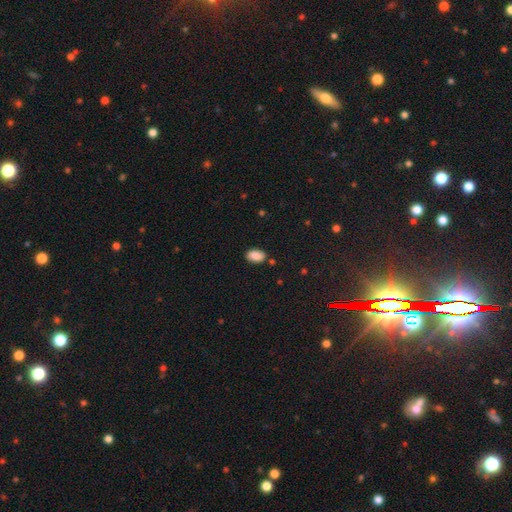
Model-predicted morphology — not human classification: Overall: smooth (88%). How rounded: in between (92%). Merging: none (82%).